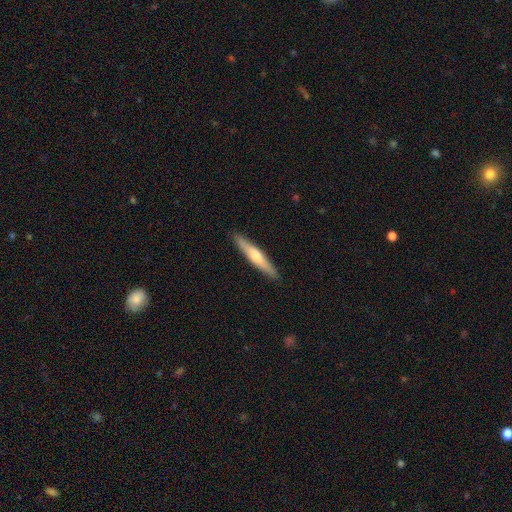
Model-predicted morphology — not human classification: Q: Smooth or featured?
A: smooth (48%); runner-up: featured or disk (47%)
Q: Merging?
A: none (91%); runner-up: minor disturbance (7%)